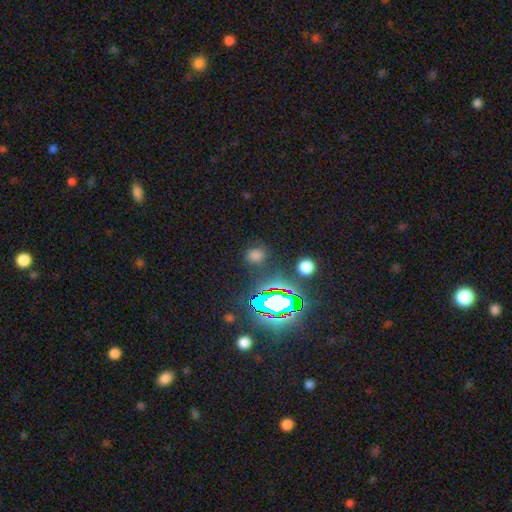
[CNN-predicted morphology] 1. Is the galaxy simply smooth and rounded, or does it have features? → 62% smooth, 31% star or artifact, 7% featured or disk.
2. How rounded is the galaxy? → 69% round, 29% in between, 2% cigar-shaped.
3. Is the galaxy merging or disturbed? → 81% none, 11% minor disturbance, 5% major disturbance, 3% merger.